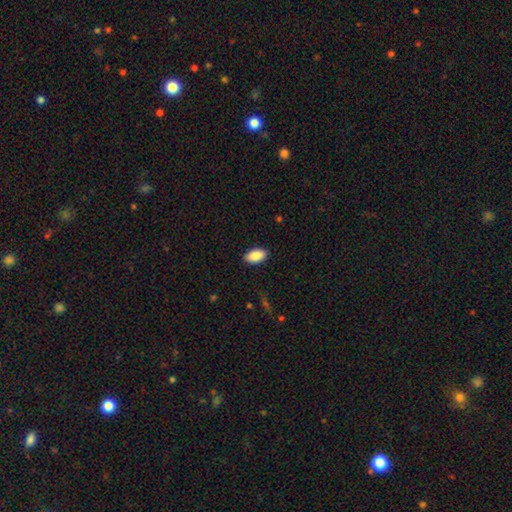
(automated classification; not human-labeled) Smooth or featured? smooth (89%)
How rounded? in between (95%)
Merging? none (89%)